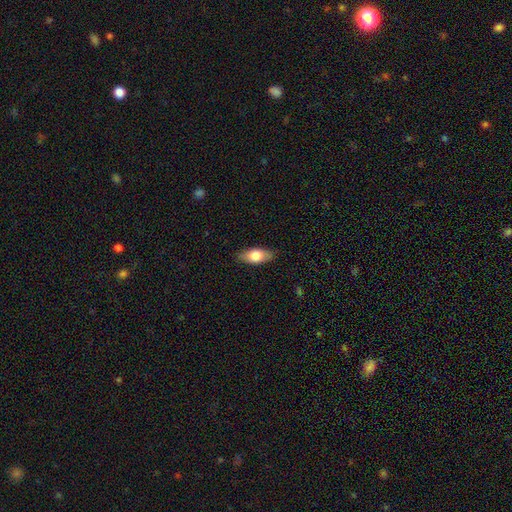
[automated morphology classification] Smooth or featured? smooth (72%)
How rounded? in between (84%)
Merging? none (86%)